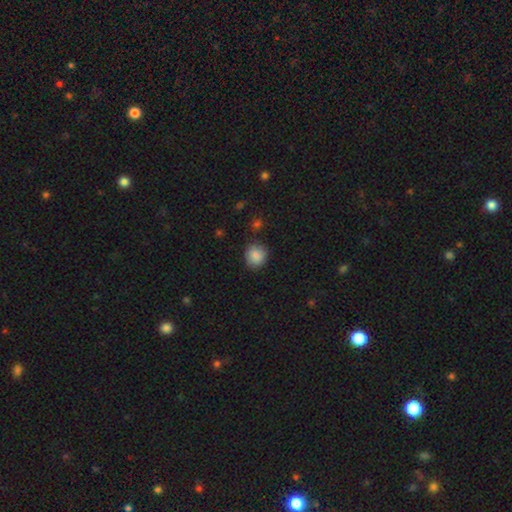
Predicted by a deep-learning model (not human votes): smooth_or_featured: smooth (p=0.84) [alt: star or artifact p=0.09]
how_rounded: round (p=0.87) [alt: in between p=0.13]
merging: none (p=0.84) [alt: minor disturbance p=0.12]